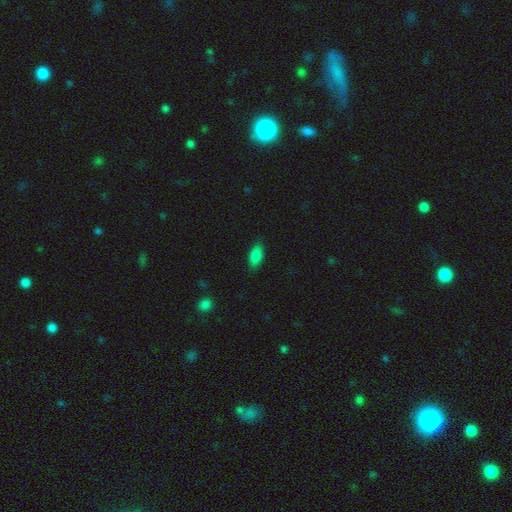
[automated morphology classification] A smooth galaxy with no disk features (86%) that is in between round and cigar-shaped (88%). Merging: none (85%).